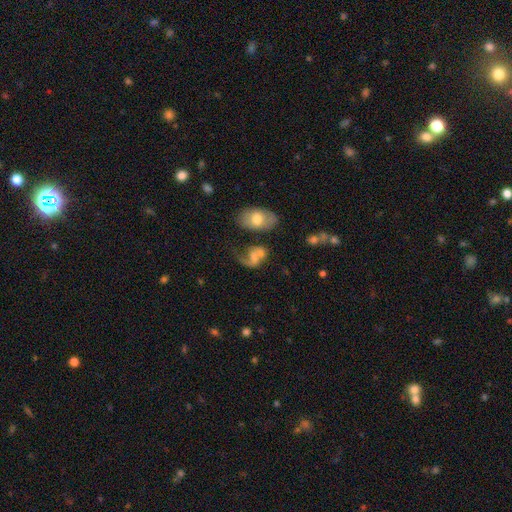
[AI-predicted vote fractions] featured or disk 55%, smooth 35%, star or artifact 10%. Down the decision tree: edge-on disk — no (97%); bar — no (56%); spiral arms — yes (76%); bulge size — moderate (35%); merging — none (31%).